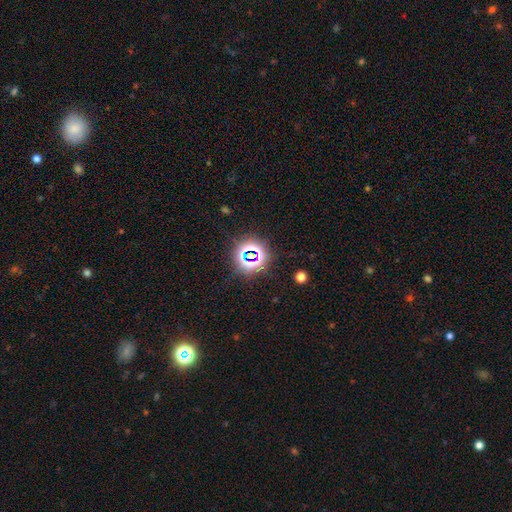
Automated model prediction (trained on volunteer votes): This appears to be a star or artifact, not a galaxy (72%).